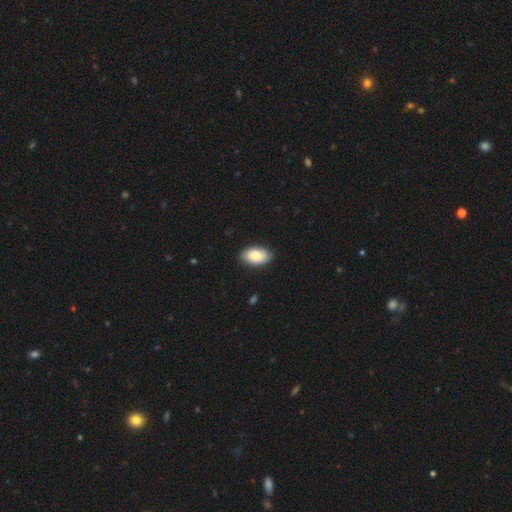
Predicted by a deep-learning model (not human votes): A smooth galaxy with no disk features (84%) that is in between round and cigar-shaped (94%). Merging: none (86%).